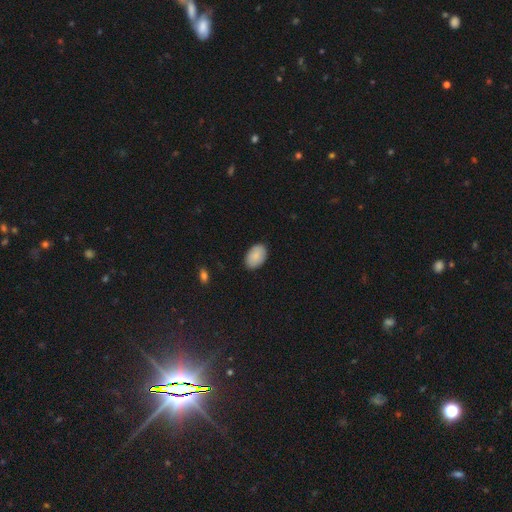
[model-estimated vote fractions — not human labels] A smooth galaxy with no disk features (87%) that is in between round and cigar-shaped (90%).

Vote fractions:
- Smooth or featured? smooth: 87% / star or artifact: 6% / featured or disk: 6%
- How rounded? in between: 90% / round: 9% / cigar-shaped: 1%
- Merging? none: 87% / minor disturbance: 10% / major disturbance: 2% / merger: 1%